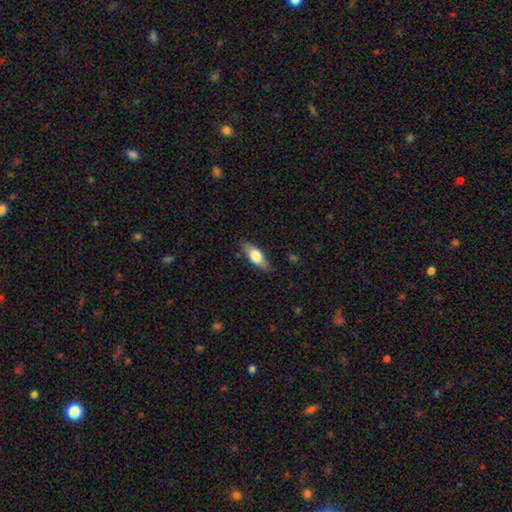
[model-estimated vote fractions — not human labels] Q: Smooth or featured?
A: smooth (68%); runner-up: featured or disk (26%)
Q: How rounded?
A: in between (73%); runner-up: cigar-shaped (24%)
Q: Merging?
A: none (81%); runner-up: minor disturbance (14%)